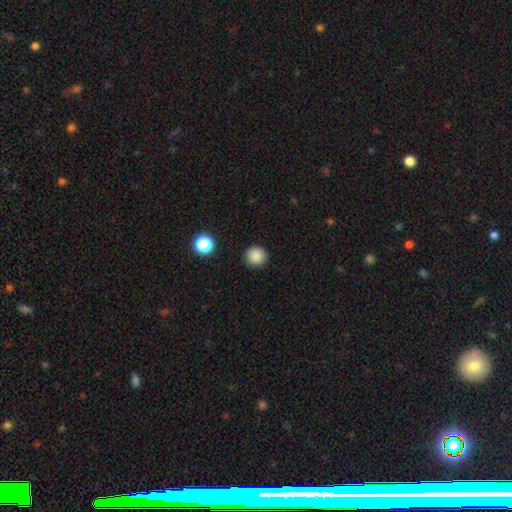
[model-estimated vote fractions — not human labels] Smooth or featured?
  - smooth: 86% *
  - star or artifact: 11%
  - featured or disk: 3%
How rounded?
  - round: 95% *
  - in between: 4%
  - cigar-shaped: 1%
Merging?
  - none: 92% *
  - minor disturbance: 5%
  - major disturbance: 2%
  - merger: 1%